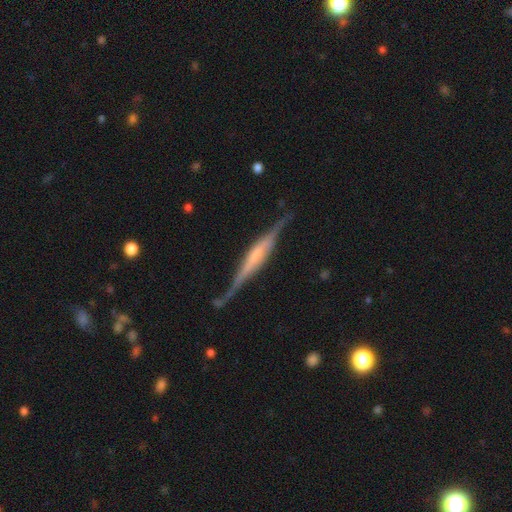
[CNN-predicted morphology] Smooth or featured: featured or disk — 77% (smooth — 17%)
Edge-on disk: yes — 95% (no — 5%)
Edge-on bulge: boxy — 47% (rounded — 35%)
Merging: none — 75% (minor disturbance — 18%)